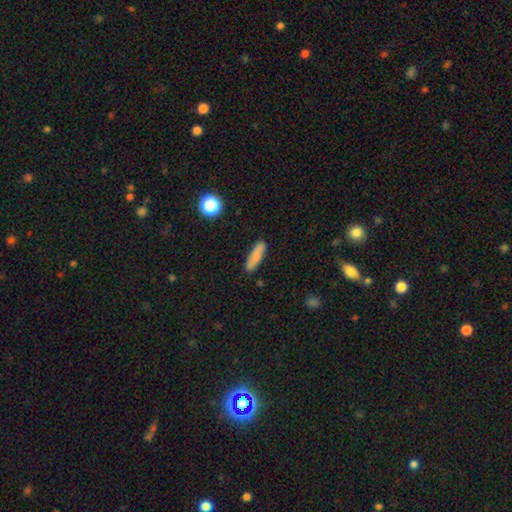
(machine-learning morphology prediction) Smooth or featured: smooth — 81% (featured or disk — 11%)
How rounded: cigar-shaped — 66% (in between — 31%)
Merging: none — 84% (minor disturbance — 12%)